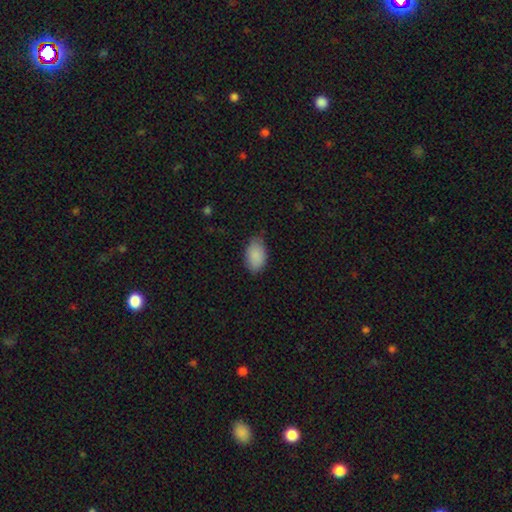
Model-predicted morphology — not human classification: Smooth or featured: smooth — 89% (star or artifact — 6%)
How rounded: in between — 92% (round — 6%)
Merging: none — 76% (minor disturbance — 20%)